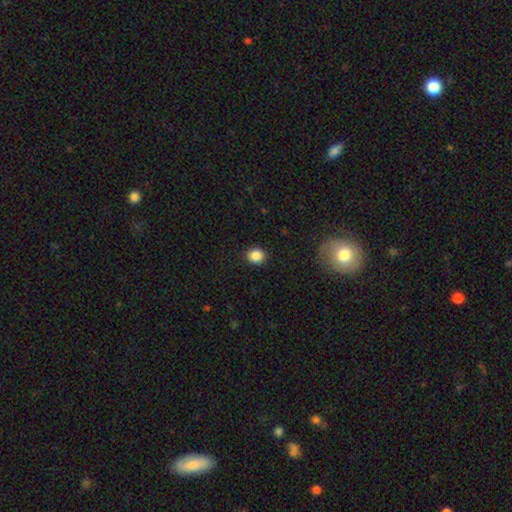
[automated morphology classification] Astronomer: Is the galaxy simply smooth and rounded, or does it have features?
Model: smooth — 86%.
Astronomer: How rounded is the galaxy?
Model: round — 82%.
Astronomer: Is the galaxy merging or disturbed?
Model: none — 91%.